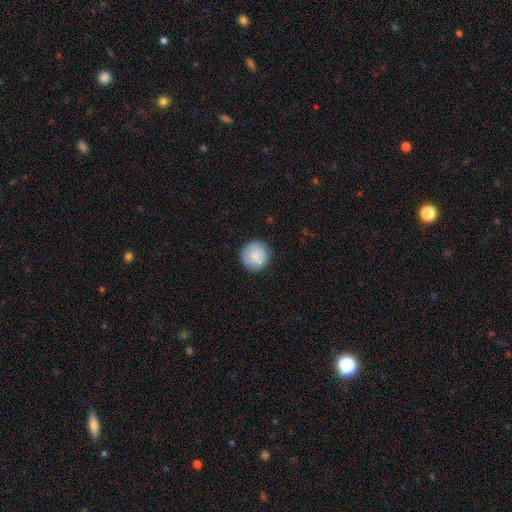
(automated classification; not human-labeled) Smooth or featured? Predicted: smooth (p=0.79). How rounded? Predicted: round (p=0.95). Merging? Predicted: none (p=0.86).